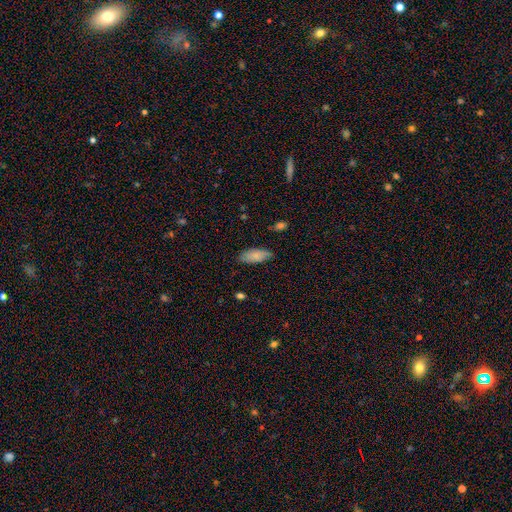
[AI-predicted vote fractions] Smooth or featured: smooth — 81% (featured or disk — 13%)
How rounded: in between — 85% (cigar-shaped — 13%)
Merging: none — 76% (minor disturbance — 20%)